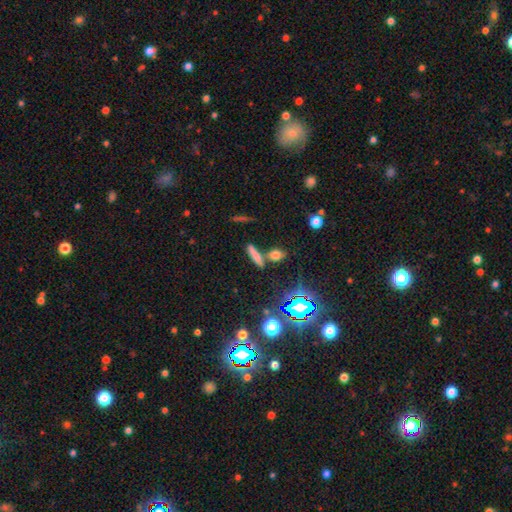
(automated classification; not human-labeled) A smooth galaxy with no disk features (63%) that is cigar-shaped (69%).

Vote fractions:
- Smooth or featured? smooth: 63% / star or artifact: 19% / featured or disk: 18%
- How rounded? cigar-shaped: 69% / in between: 21% / round: 9%
- Merging? none: 63% / merger: 23% / minor disturbance: 10% / major disturbance: 4%